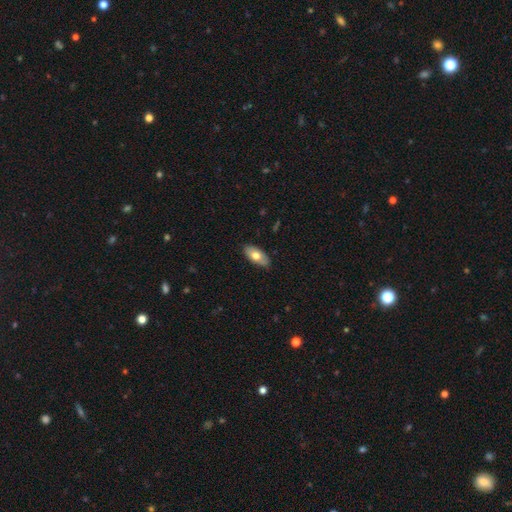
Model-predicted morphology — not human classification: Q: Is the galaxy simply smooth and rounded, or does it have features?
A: smooth — 67%.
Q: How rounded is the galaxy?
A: in between — 91%.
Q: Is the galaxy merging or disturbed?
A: none — 86%.